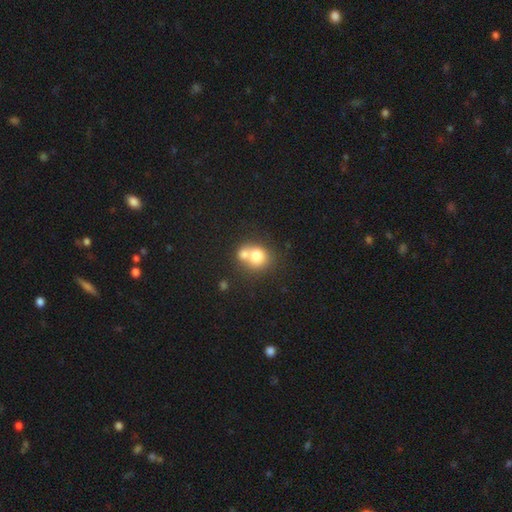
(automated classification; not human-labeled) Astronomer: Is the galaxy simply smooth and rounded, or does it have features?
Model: smooth — 74%.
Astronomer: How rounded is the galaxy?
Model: round — 74%.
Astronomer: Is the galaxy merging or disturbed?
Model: merger — 58%.